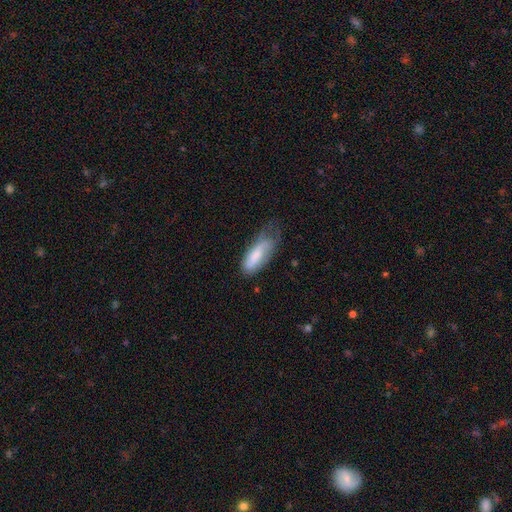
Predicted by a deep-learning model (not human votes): Smooth or featured? smooth (72%)
How rounded? in between (70%)
Merging? minor disturbance (41%)